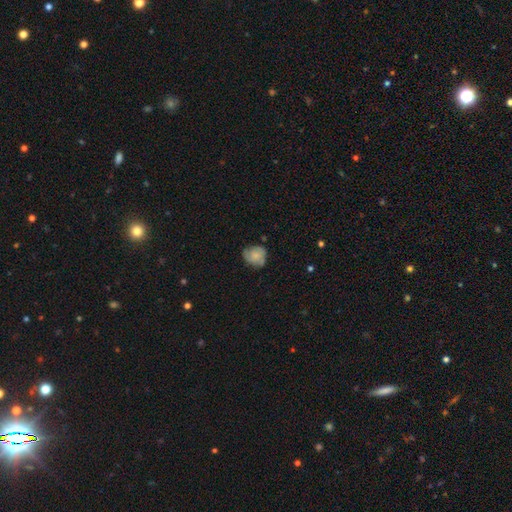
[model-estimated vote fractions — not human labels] Smooth or featured?
  - smooth: 61% *
  - featured or disk: 31%
  - star or artifact: 8%
How rounded?
  - round: 72% *
  - in between: 27%
  - cigar-shaped: 1%
Merging?
  - none: 58% *
  - minor disturbance: 30%
  - major disturbance: 9%
  - merger: 3%